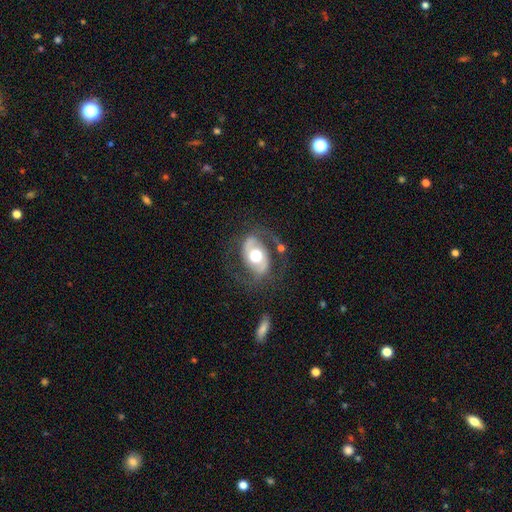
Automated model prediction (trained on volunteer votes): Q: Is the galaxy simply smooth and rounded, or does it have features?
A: featured or disk — 71%.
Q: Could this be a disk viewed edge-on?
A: no — 96%.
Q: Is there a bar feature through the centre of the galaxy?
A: no — 53%.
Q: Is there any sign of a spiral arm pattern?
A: yes — 76%.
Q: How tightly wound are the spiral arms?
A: medium — 46%.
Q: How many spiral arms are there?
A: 2 — 85%.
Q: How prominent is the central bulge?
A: moderate — 56%.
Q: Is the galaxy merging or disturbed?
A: none — 62%.